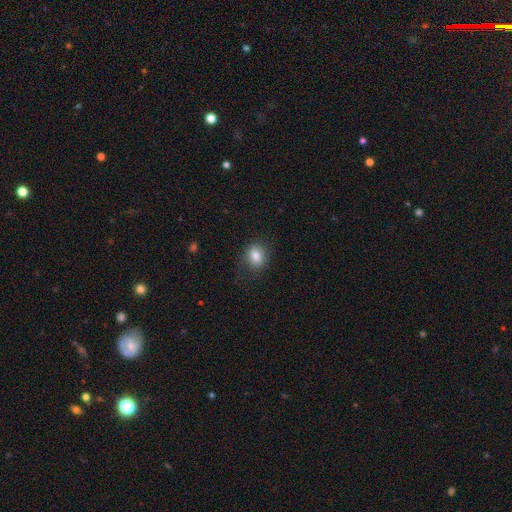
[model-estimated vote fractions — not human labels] Smooth or featured: smooth — 83% (star or artifact — 10%)
How rounded: in between — 53% (round — 46%)
Merging: none — 78% (minor disturbance — 15%)